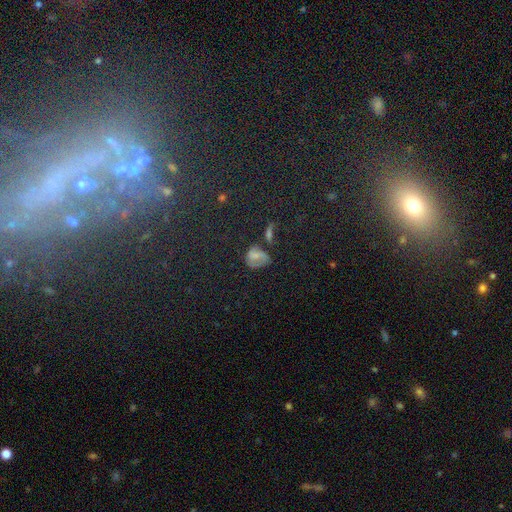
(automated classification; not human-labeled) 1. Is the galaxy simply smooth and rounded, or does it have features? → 57% smooth, 24% star or artifact, 18% featured or disk.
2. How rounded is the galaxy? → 54% in between, 43% round, 3% cigar-shaped.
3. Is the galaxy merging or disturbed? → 42% none, 28% minor disturbance, 19% major disturbance, 12% merger.